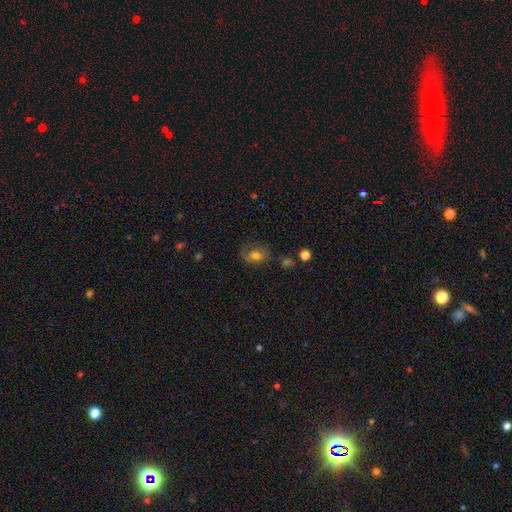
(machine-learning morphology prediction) A smooth galaxy with no disk features (64%) that is in between round and cigar-shaped (64%).

Vote fractions:
- Smooth or featured? smooth: 64% / featured or disk: 24% / star or artifact: 12%
- How rounded? in between: 64% / round: 35% / cigar-shaped: 2%
- Merging? none: 59% / minor disturbance: 25% / major disturbance: 13% / merger: 4%